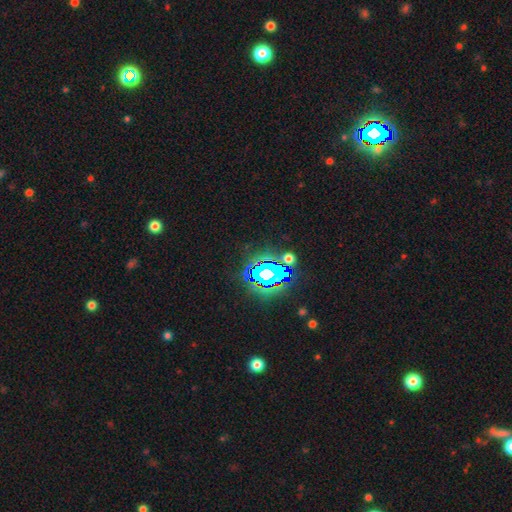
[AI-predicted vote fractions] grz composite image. It shows a star or artifact, not a galaxy (84%).